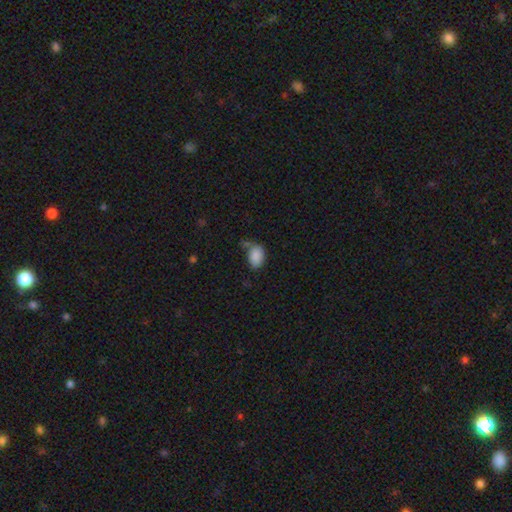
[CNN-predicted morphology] This appears to be a smooth galaxy with no disk features (87%) that is in between round and cigar-shaped (86%). Merging: none (56%).